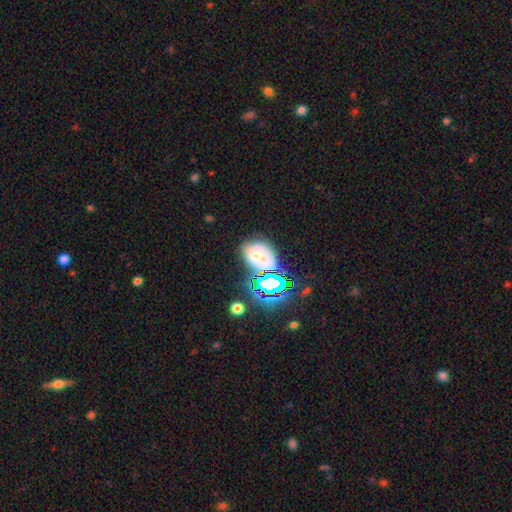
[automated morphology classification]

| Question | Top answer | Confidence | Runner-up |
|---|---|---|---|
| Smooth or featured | smooth | 38% | featured or disk (36%) |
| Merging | none | 52% | minor disturbance (25%) |